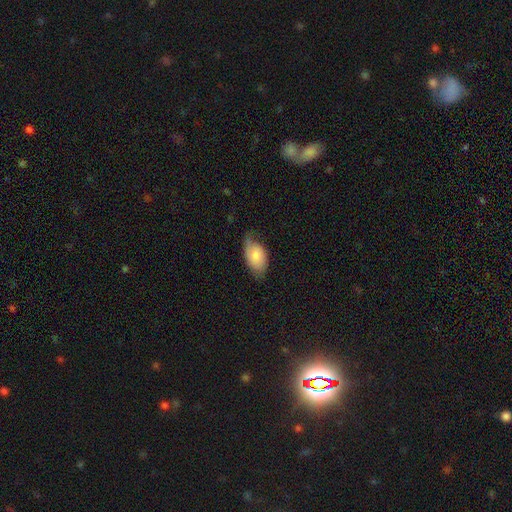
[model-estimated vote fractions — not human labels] This appears to be a smooth galaxy with no disk features (63%) that is in between round and cigar-shaped (92%). Merging: none (48%).